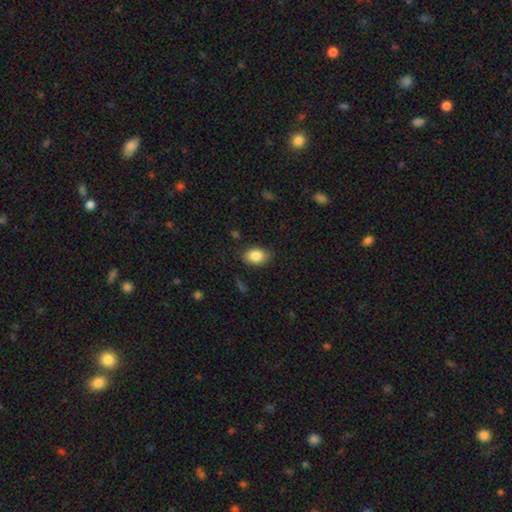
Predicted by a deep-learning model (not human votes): Smooth or featured: smooth — 86% (star or artifact — 8%)
How rounded: in between — 81% (round — 17%)
Merging: none — 82% (minor disturbance — 13%)